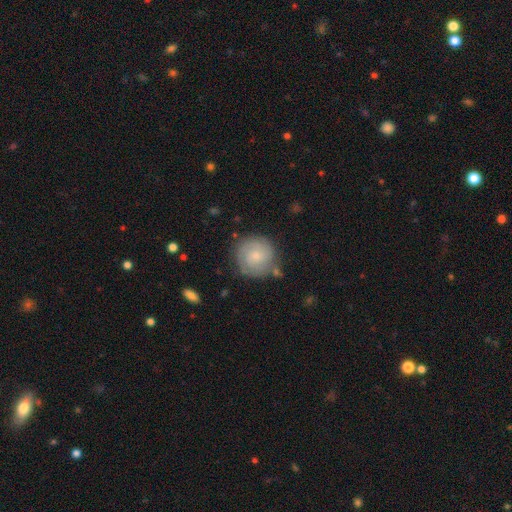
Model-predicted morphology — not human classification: Smooth or featured? featured or disk (53%)
Edge-on disk? no (98%)
Bar? no (72%)
Spiral arms? yes (87%)
Bulge size? small (68%)
Merging? none (76%)